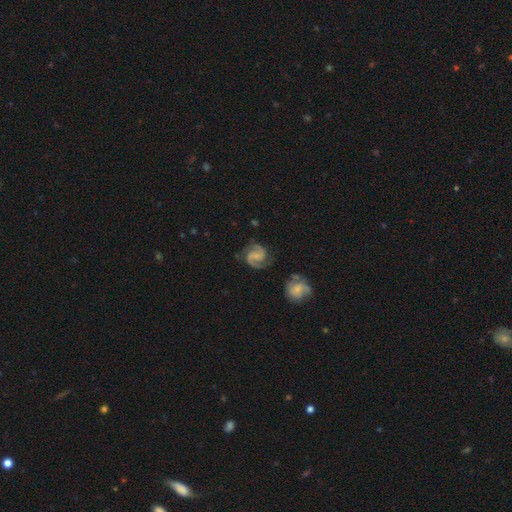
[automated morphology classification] Overall: featured or disk (88%). Edge-on disk: no (98%). Bar: no (45%; weak 43%). Spiral arms: yes (98%). Spiral arm count: 2 (93%). Spiral winding: medium (59%; tight 21%). Bulge size: small (47%; none 33%). Merging: none (75%).